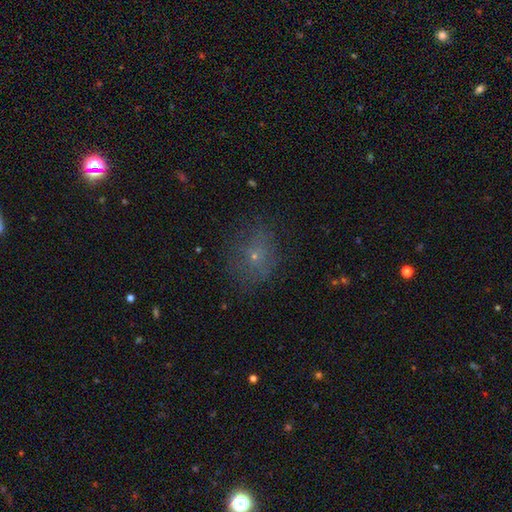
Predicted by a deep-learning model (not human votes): Q: Smooth or featured?
A: smooth (58%); runner-up: star or artifact (22%)
Q: How rounded?
A: round (59%); runner-up: in between (39%)
Q: Merging?
A: none (70%); runner-up: minor disturbance (18%)